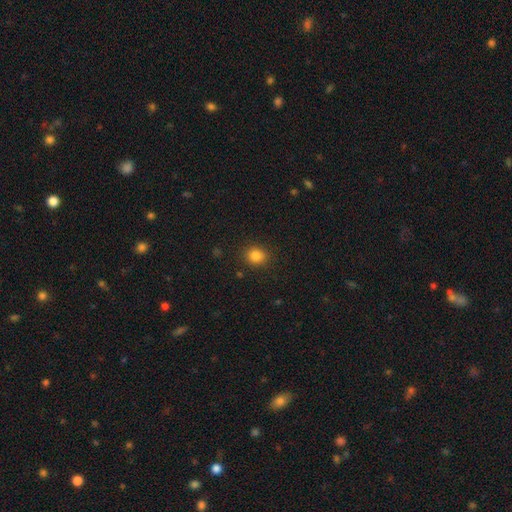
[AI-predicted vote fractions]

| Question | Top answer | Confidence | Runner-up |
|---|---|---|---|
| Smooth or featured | smooth | 84% | star or artifact (12%) |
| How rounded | round | 68% | in between (31%) |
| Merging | none | 88% | minor disturbance (8%) |